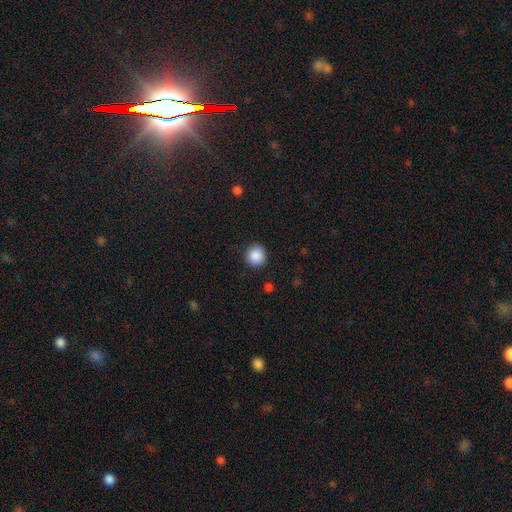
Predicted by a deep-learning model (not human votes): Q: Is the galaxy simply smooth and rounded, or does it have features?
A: smooth — 88%.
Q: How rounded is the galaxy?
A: round — 92%.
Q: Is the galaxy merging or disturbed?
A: none — 89%.